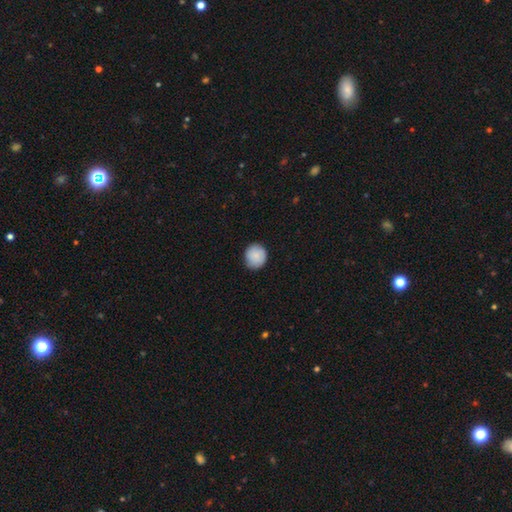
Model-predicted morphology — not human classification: The model was most divided on "merging": none: 84%, minor disturbance: 13%, major disturbance: 2%, merger: 1%. More confident: how rounded — round (87%); smooth or featured — smooth (85%).